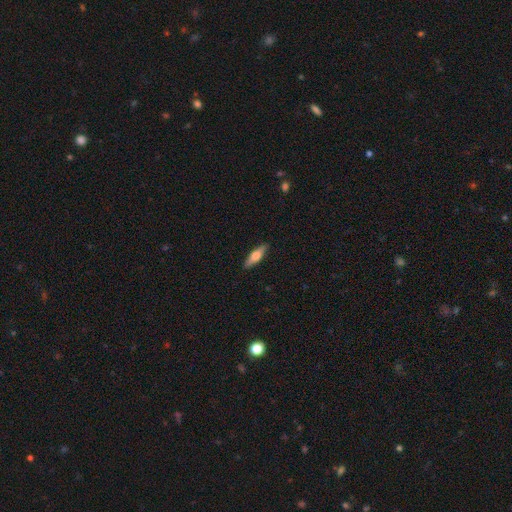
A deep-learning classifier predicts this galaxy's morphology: smooth 54%, featured or disk 40%, star or artifact 6%. Down the decision tree: how rounded — cigar-shaped (59%); merging — none (89%).